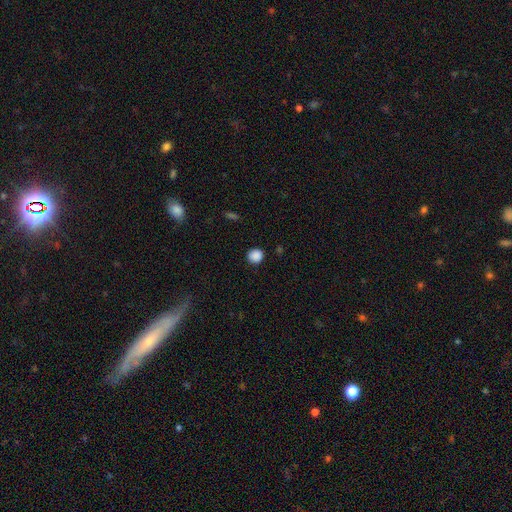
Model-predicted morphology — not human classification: type=smooth (88%); roundness=round (89%); merging=none (90%).